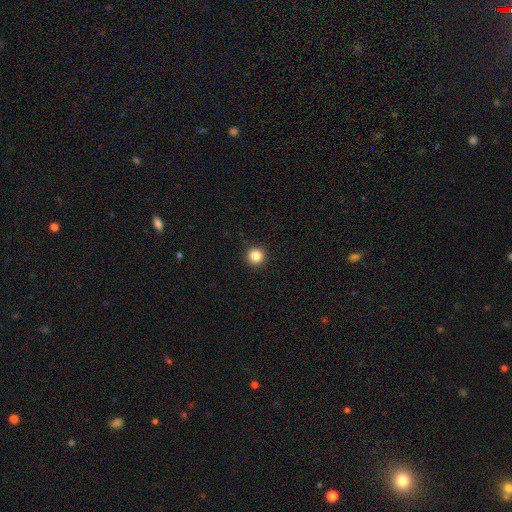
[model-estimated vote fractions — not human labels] Overall: smooth (85%). How rounded: round (96%). Merging: none (94%).